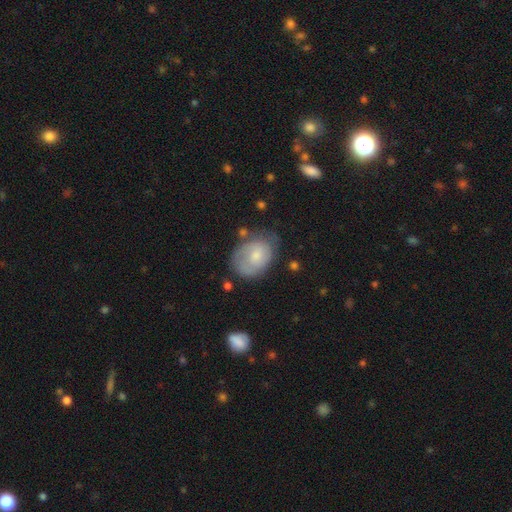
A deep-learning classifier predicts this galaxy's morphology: Overall: smooth (55%; featured or disk 37%). How rounded: in between (71%). Merging: none (55%; minor disturbance 29%).